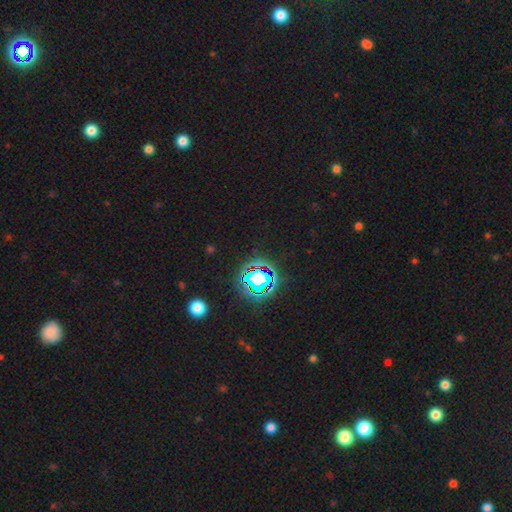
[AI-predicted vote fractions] Smooth or featured?
  - star or artifact: 81% *
  - smooth: 12%
  - featured or disk: 7%